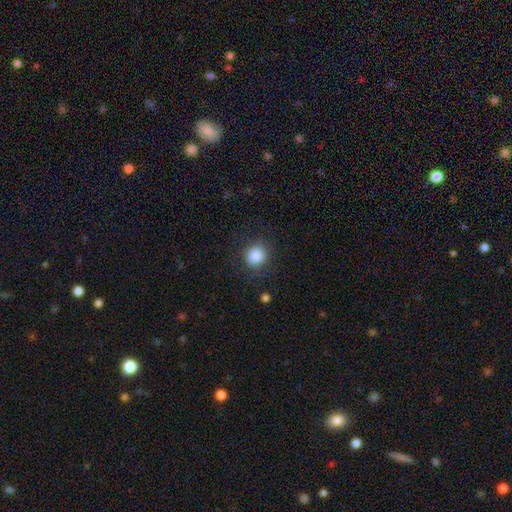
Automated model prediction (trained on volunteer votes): A smooth galaxy with no disk features (85%) that is round (83%).

Vote fractions:
- Smooth or featured? smooth: 85% / star or artifact: 9% / featured or disk: 5%
- How rounded? round: 83% / in between: 17% / cigar-shaped: 1%
- Merging? none: 80% / minor disturbance: 13% / major disturbance: 5% / merger: 1%